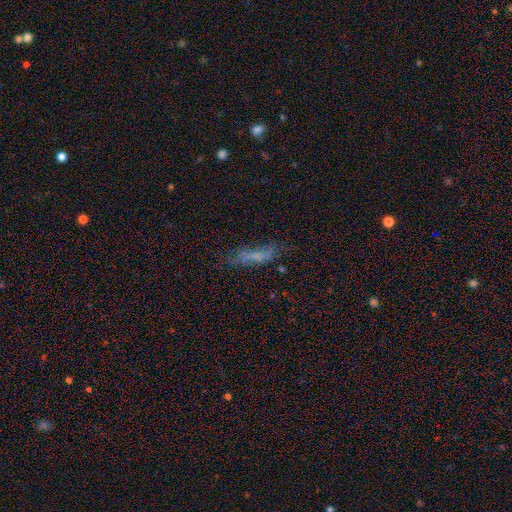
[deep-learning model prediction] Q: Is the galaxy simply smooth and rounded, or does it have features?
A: smooth — 53%.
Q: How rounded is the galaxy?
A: cigar-shaped — 66%.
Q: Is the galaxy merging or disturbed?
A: none — 55%.